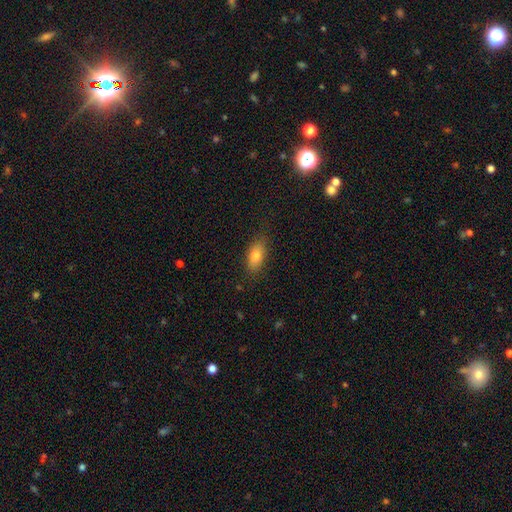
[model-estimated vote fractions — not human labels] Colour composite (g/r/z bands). It shows a smooth galaxy with no disk features (79%) that is in between round and cigar-shaped (84%). Merging: none (81%).